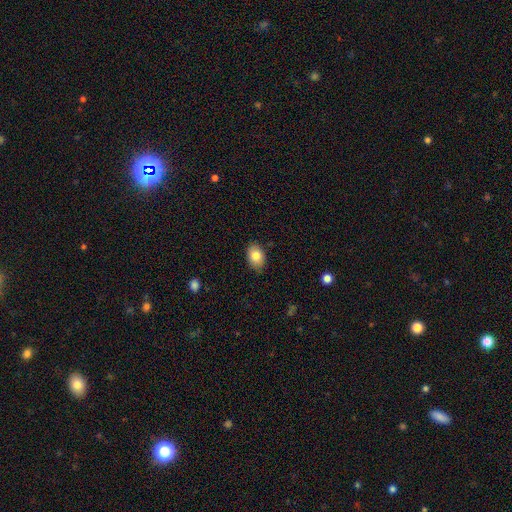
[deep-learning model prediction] Smooth or featured? Predicted: smooth (p=0.83). How rounded? Predicted: in between (p=0.83). Merging? Predicted: none (p=0.85).